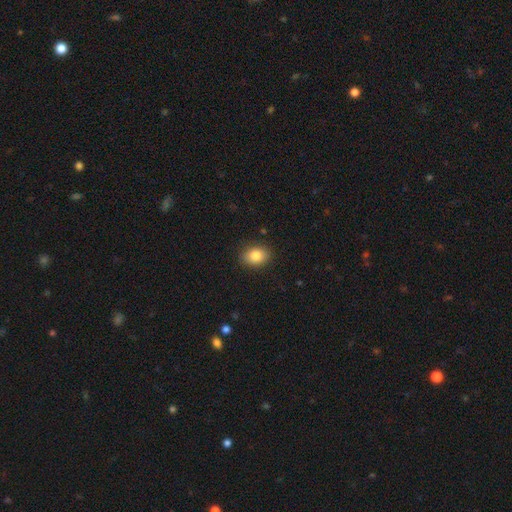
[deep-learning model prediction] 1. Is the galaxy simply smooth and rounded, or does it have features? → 84% smooth, 9% star or artifact, 7% featured or disk.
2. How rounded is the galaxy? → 68% in between, 31% round, 1% cigar-shaped.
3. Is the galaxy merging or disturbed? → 89% none, 8% minor disturbance, 2% major disturbance, 1% merger.